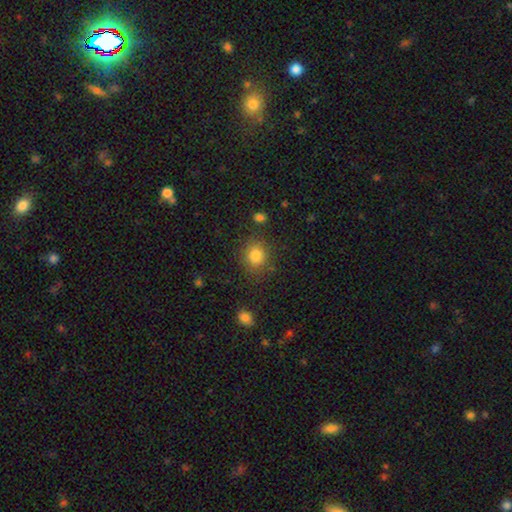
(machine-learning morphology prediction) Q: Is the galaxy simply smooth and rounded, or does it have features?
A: smooth — 83%.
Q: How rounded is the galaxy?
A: round — 78%.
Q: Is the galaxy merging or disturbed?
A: none — 81%.